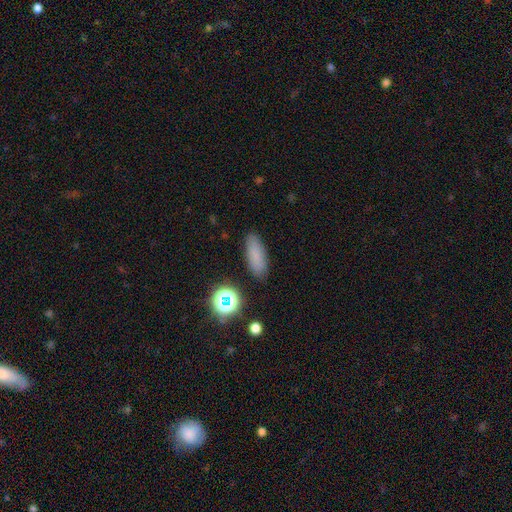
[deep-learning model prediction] This appears to be a smooth galaxy with no disk features (79%) that is in between round and cigar-shaped (67%). Merging: none (85%).